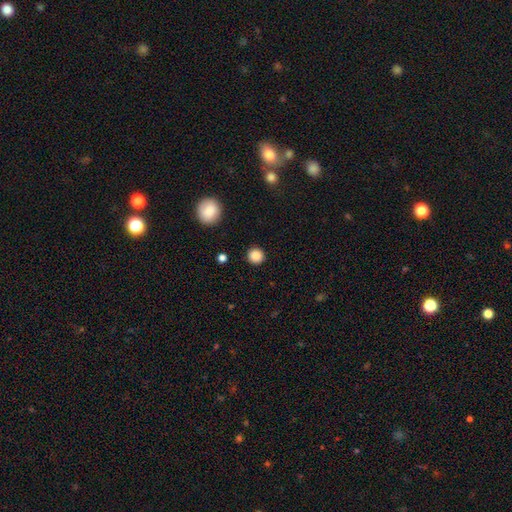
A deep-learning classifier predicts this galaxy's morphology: Smooth or featured? smooth (85%)
How rounded? round (94%)
Merging? none (92%)